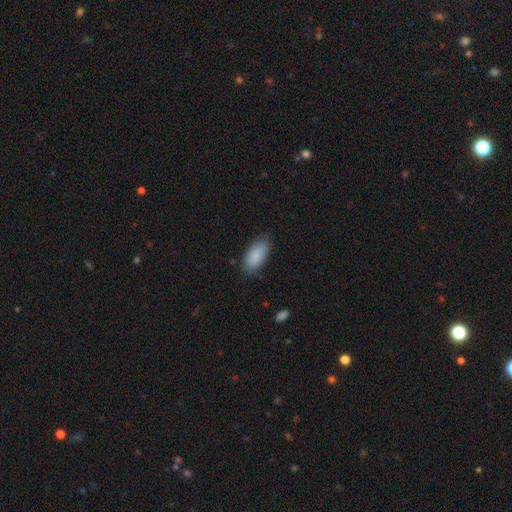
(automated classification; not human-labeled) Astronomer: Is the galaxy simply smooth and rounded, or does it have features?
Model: smooth — 88%.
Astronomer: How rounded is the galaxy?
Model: in between — 90%.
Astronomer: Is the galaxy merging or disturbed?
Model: none — 79%.